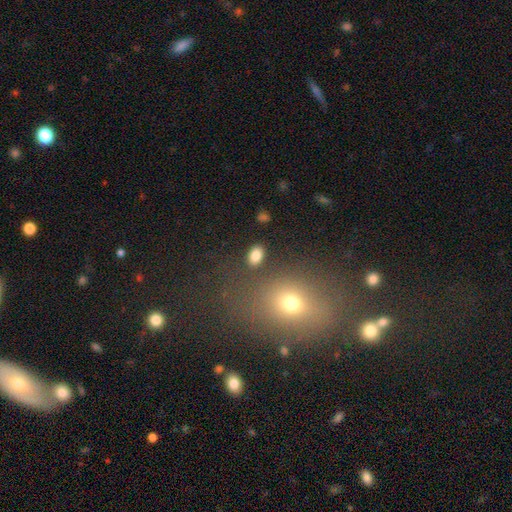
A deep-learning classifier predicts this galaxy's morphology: smooth_or_featured: smooth (p=0.84) [alt: star or artifact p=0.10]
how_rounded: in between (p=0.84) [alt: round p=0.14]
merging: none (p=0.83) [alt: minor disturbance p=0.09]